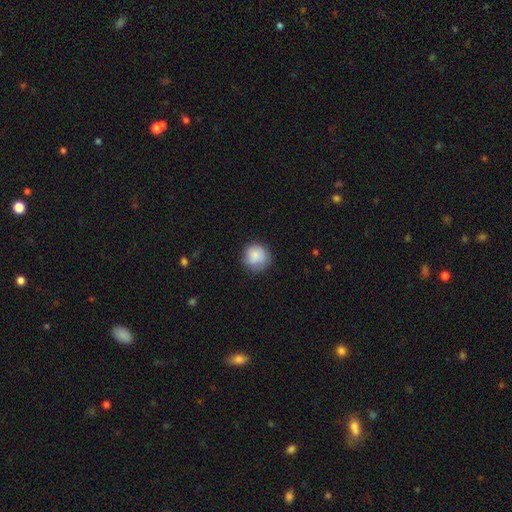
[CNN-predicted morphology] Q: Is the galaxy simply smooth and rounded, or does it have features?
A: smooth — 85%.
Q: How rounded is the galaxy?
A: round — 90%.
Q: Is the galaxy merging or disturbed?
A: none — 76%.